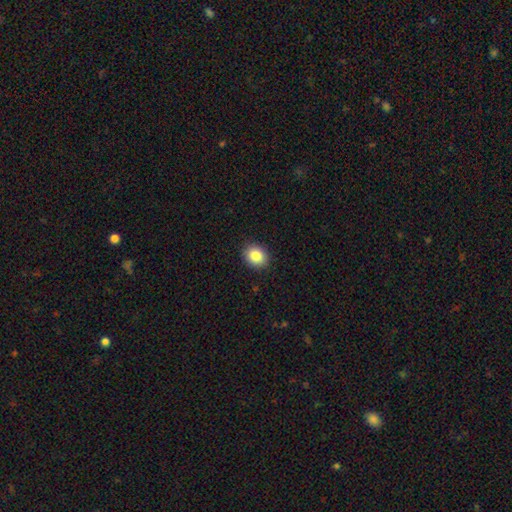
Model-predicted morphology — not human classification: smooth 85%, star or artifact 9%, featured or disk 6%. Down the decision tree: how rounded — round (56%); merging — none (90%).